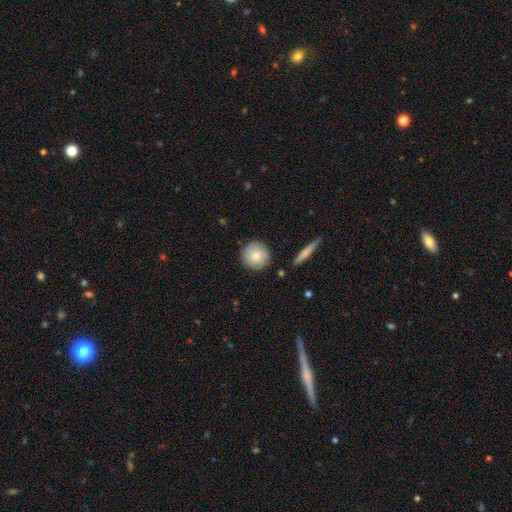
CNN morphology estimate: A smooth galaxy with no disk features (79%) that is round (94%).

Vote fractions:
- Smooth or featured? smooth: 79% / featured or disk: 14% / star or artifact: 7%
- How rounded? round: 94% / in between: 5% / cigar-shaped: 1%
- Merging? none: 86% / minor disturbance: 9% / major disturbance: 2% / merger: 2%